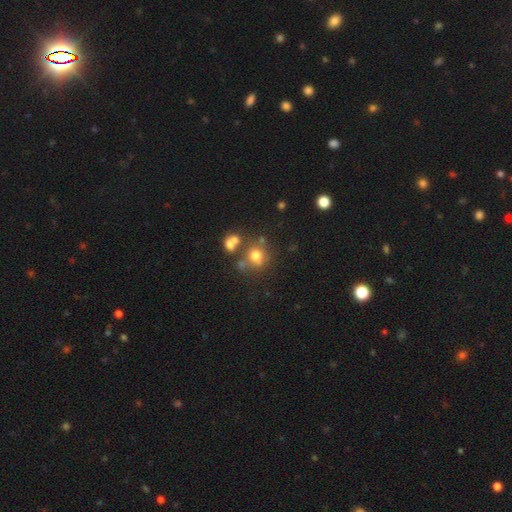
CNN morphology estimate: A smooth galaxy with no disk features (68%) that is round (79%). Merging: none (55%).